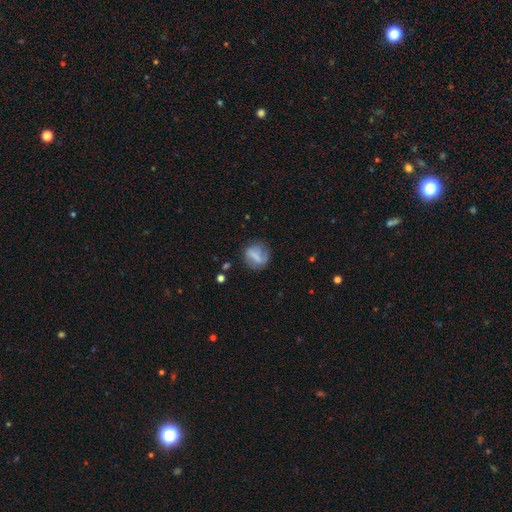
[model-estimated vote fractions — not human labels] smooth 48%, featured or disk 43%, star or artifact 9%. Down the decision tree: merging — none (67%).